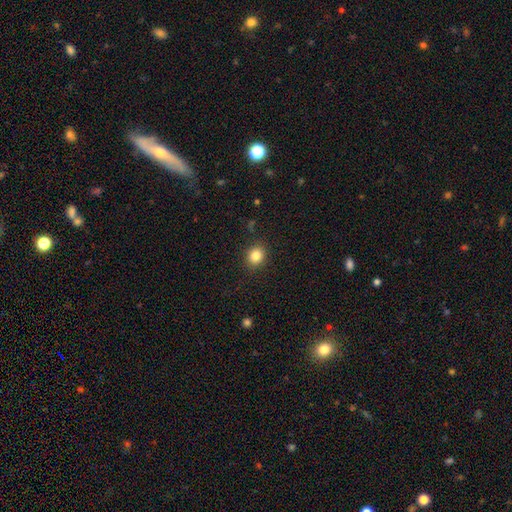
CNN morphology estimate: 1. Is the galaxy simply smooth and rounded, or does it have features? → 84% smooth, 11% star or artifact, 6% featured or disk.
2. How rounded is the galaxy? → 69% round, 30% in between, 1% cigar-shaped.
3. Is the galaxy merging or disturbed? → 88% none, 8% minor disturbance, 3% major disturbance, 1% merger.